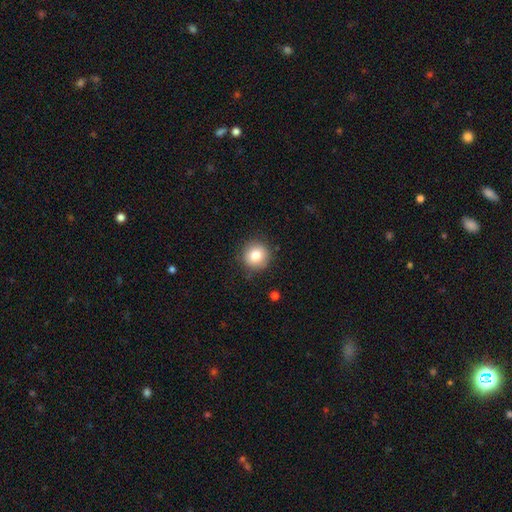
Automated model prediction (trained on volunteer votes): A smooth galaxy with no disk features (83%) that is round (93%).

Vote fractions:
- Smooth or featured? smooth: 83% / star or artifact: 10% / featured or disk: 8%
- How rounded? round: 93% / in between: 6% / cigar-shaped: 1%
- Merging? none: 87% / minor disturbance: 9% / major disturbance: 2% / merger: 1%